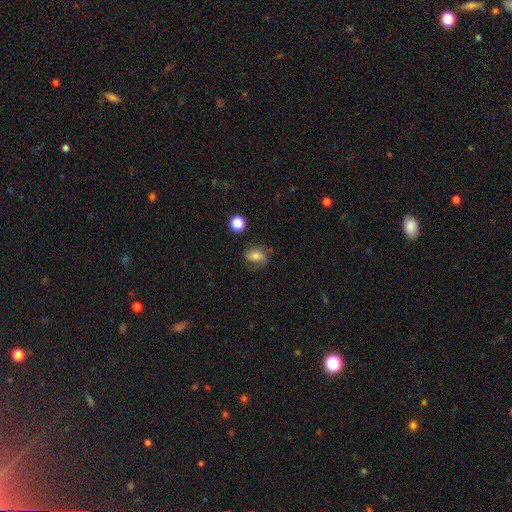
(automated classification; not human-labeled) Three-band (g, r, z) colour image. It shows a smooth galaxy with no disk features (58%) that is in between round and cigar-shaped (66%). Merging: none (64%).